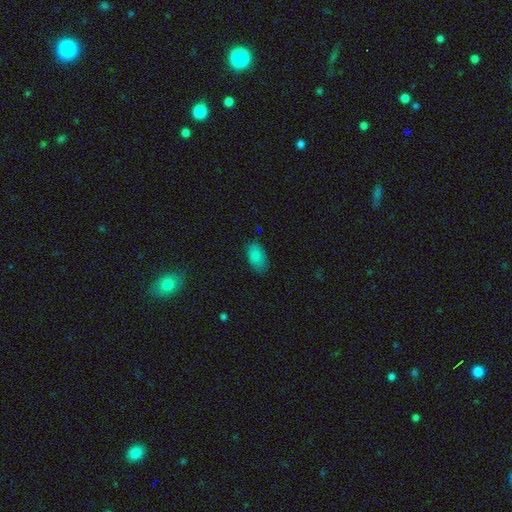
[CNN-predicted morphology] This is clearly a smooth galaxy (85%). How rounded: clearly in between (94%). Merging: clearly none (80%).